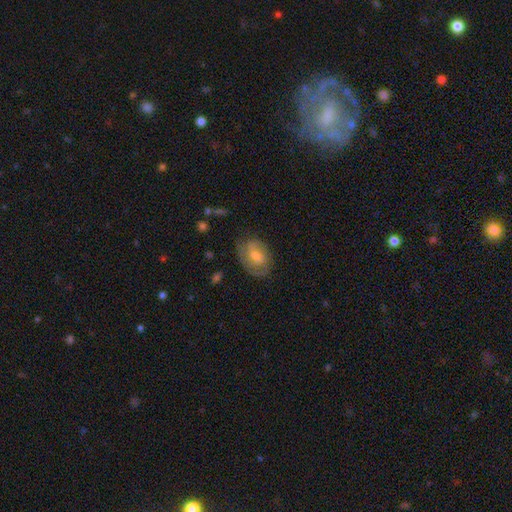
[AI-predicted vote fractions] Q: Smooth or featured?
A: featured or disk (55%); runner-up: smooth (37%)
Q: Edge-on disk?
A: no (95%); runner-up: yes (5%)
Q: Bar?
A: no (58%); runner-up: weak (35%)
Q: Spiral arms?
A: yes (75%); runner-up: no (25%)
Q: Bulge size?
A: moderate (57%); runner-up: small (35%)
Q: Merging?
A: none (70%); runner-up: minor disturbance (21%)